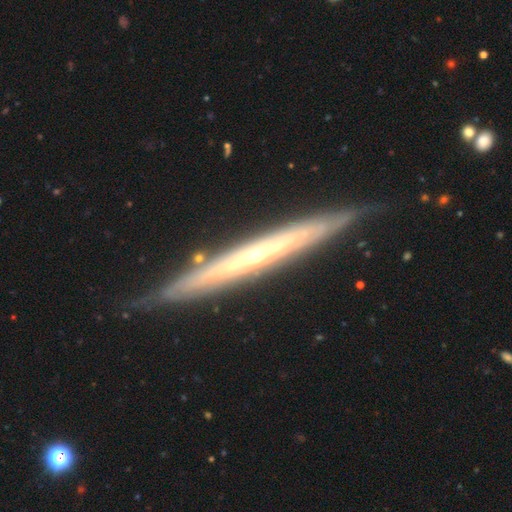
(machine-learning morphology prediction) smooth-or-featured: featured or disk: 80% | smooth: 14% | star or artifact: 6%
  disk-edge-on: yes: 88% | no: 12%
    edge-on-bulge: rounded: 59% | none: 38% | boxy: 3%
  merging: none: 83% | minor disturbance: 13% | major disturbance: 3% | merger: 2%